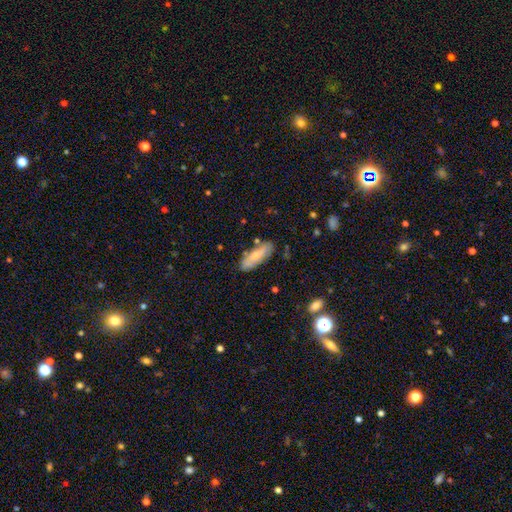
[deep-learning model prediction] The model was most divided on "how rounded": in between: 53%, cigar-shaped: 45%, round: 2%. More confident: merging — none (77%); smooth or featured — smooth (71%).